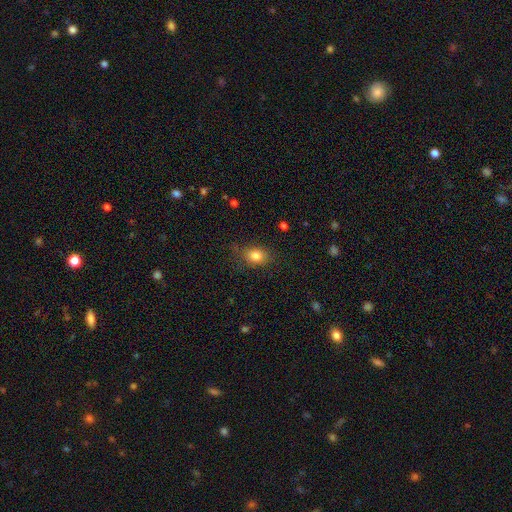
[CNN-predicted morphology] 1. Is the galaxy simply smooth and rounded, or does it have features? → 82% smooth, 11% star or artifact, 8% featured or disk.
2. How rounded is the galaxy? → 61% in between, 38% round, 1% cigar-shaped.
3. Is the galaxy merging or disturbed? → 74% none, 18% minor disturbance, 6% major disturbance, 1% merger.